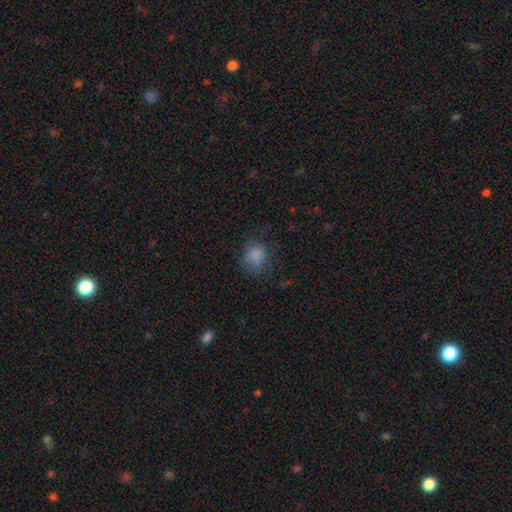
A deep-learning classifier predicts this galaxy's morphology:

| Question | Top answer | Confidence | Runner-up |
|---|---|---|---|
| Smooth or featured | smooth | 78% | star or artifact (12%) |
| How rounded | round | 70% | in between (29%) |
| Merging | none | 63% | minor disturbance (22%) |